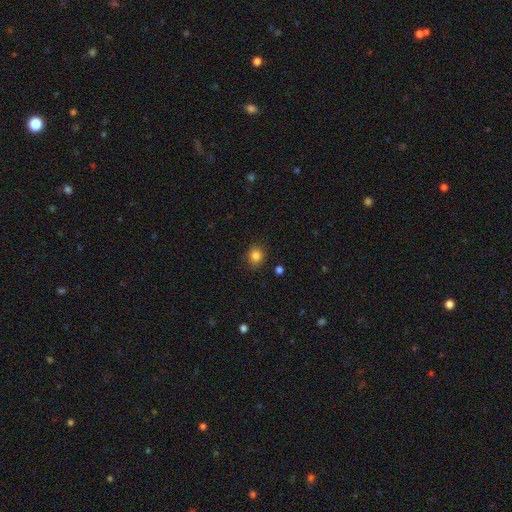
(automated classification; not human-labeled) Morphology: type=smooth (83%); roundness=round (78%); merging=none (86%).